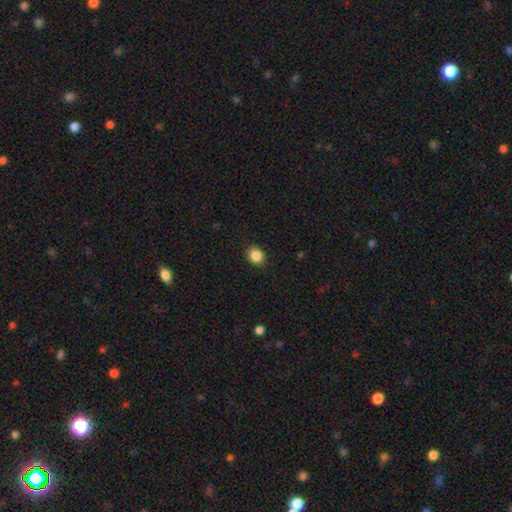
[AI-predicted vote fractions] The model was most divided on "how rounded": round: 58%, in between: 41%, cigar-shaped: 1%. More confident: merging — none (88%); smooth or featured — smooth (87%).